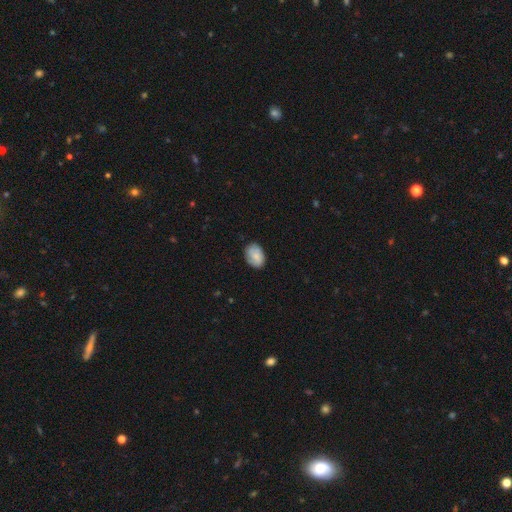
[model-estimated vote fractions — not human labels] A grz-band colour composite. It shows a smooth galaxy with no disk features (71%) that is in between round and cigar-shaped (78%). Merging: none (79%).